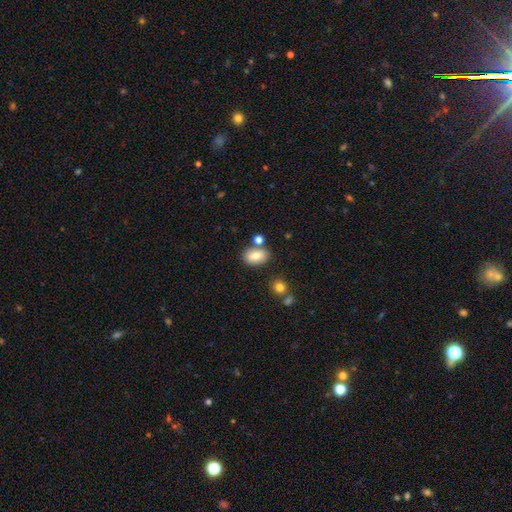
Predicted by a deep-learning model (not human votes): Smooth or featured?
  - smooth: 77% *
  - featured or disk: 14%
  - star or artifact: 9%
How rounded?
  - in between: 83% *
  - round: 16%
  - cigar-shaped: 2%
Merging?
  - none: 73% *
  - minor disturbance: 12%
  - merger: 12%
  - major disturbance: 3%